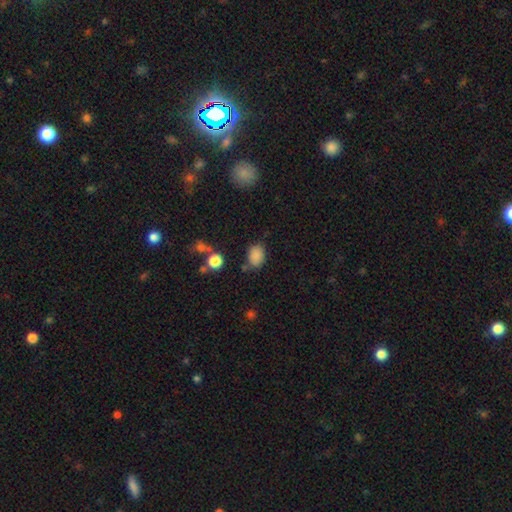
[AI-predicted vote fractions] A smooth galaxy with no disk features (83%) that is in between round and cigar-shaped (67%).

Vote fractions:
- Smooth or featured? smooth: 83% / star or artifact: 12% / featured or disk: 5%
- How rounded? in between: 67% / round: 31% / cigar-shaped: 1%
- Merging? none: 69% / minor disturbance: 19% / merger: 6% / major disturbance: 6%